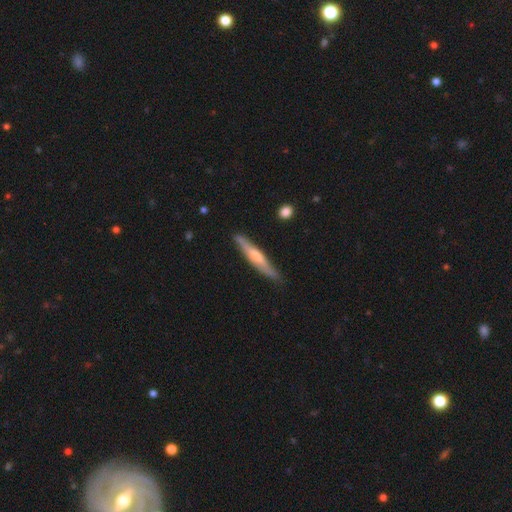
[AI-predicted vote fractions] The model was most divided on "smooth or featured": featured or disk: 53%, smooth: 42%, star or artifact: 5%. More confident: edge-on disk — yes (92%); merging — none (83%).